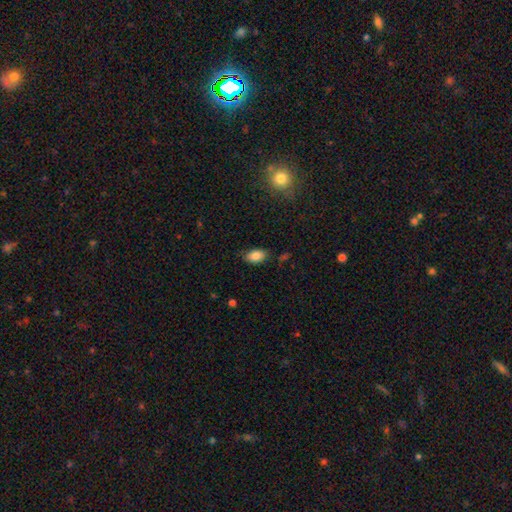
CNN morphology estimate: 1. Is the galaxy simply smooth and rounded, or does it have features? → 85% smooth, 8% star or artifact, 6% featured or disk.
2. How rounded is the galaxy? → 90% in between, 9% round, 2% cigar-shaped.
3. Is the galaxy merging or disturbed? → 80% none, 15% minor disturbance, 3% major disturbance, 2% merger.